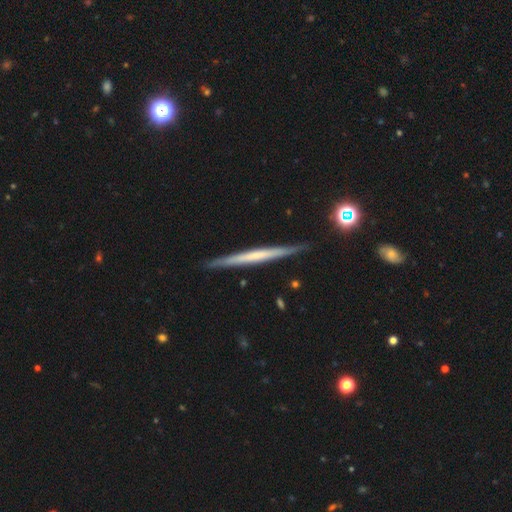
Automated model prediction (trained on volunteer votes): A featured or disk galaxy (59%) viewed edge-on (97%) with no central bulge (79%). Merging: none (89%).